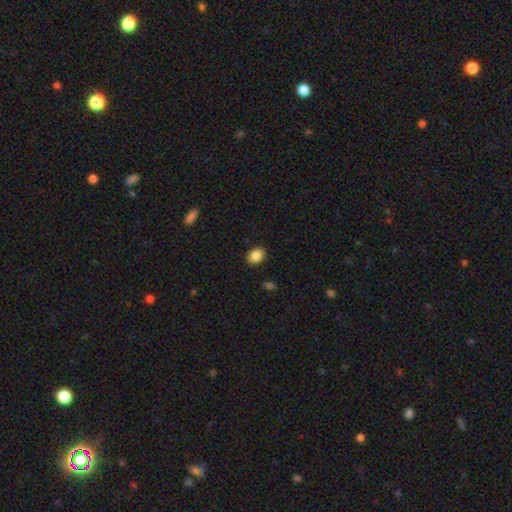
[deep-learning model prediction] Morphology: type=smooth (87%); roundness=in between (70%); merging=none (87%).